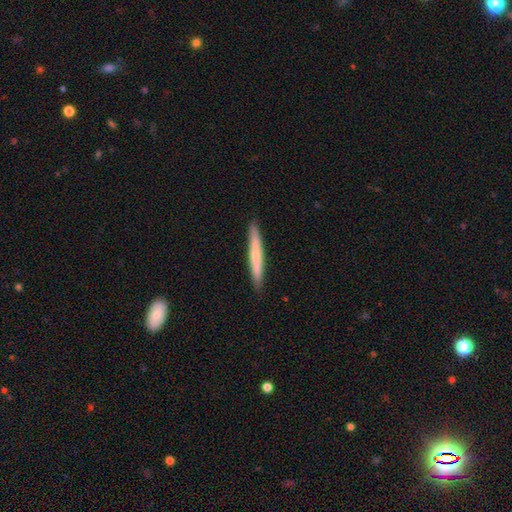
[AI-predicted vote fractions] Smooth or featured? smooth (59%)
How rounded? cigar-shaped (96%)
Merging? none (91%)